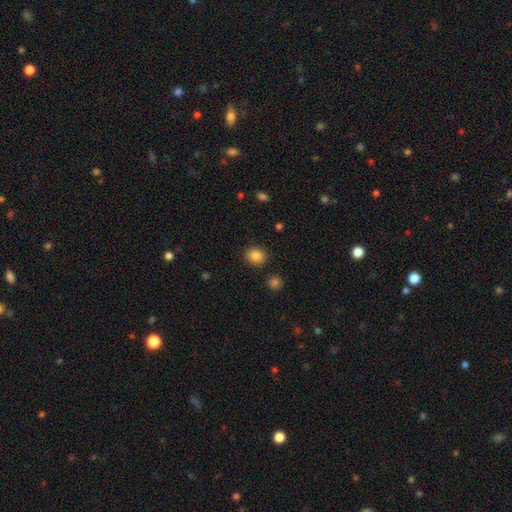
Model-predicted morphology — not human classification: This appears to be a smooth galaxy with no disk features (86%) that is round (66%). Merging: none (88%).